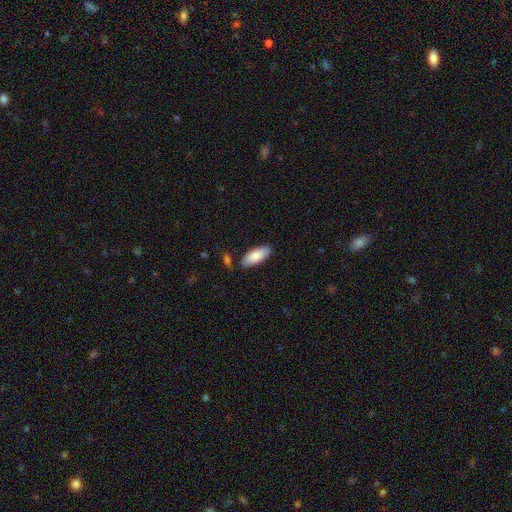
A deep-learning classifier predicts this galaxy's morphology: Overall: smooth (86%). How rounded: in between (81%). Merging: none (83%).